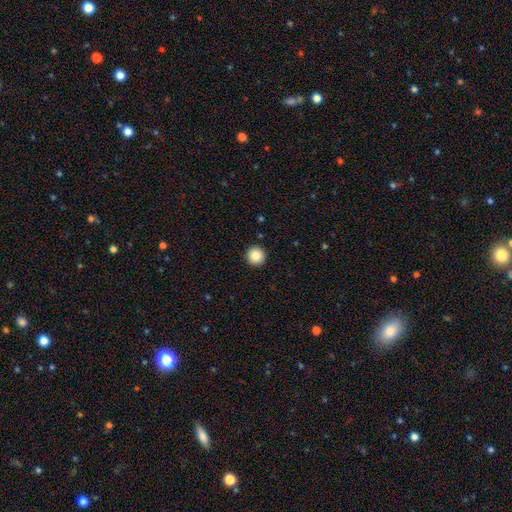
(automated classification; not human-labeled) Smooth or featured? Predicted: smooth (p=0.85). How rounded? Predicted: round (p=0.95). Merging? Predicted: none (p=0.93).